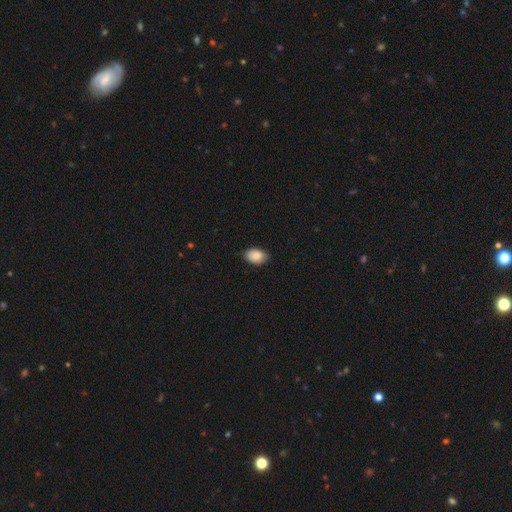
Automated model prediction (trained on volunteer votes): smooth_or_featured: smooth (p=0.89) [alt: star or artifact p=0.07]
how_rounded: in between (p=0.86) [alt: round p=0.13]
merging: none (p=0.81) [alt: minor disturbance p=0.16]